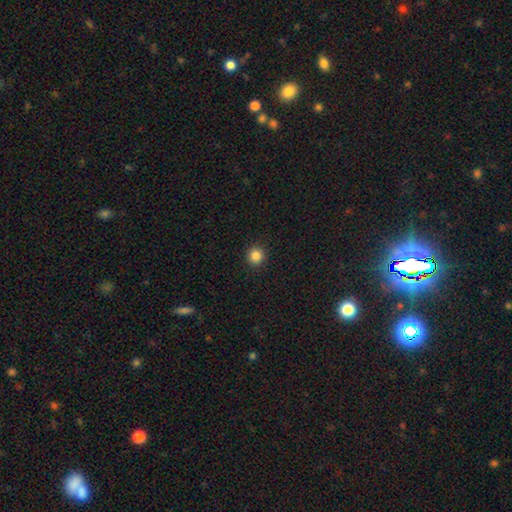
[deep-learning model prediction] Q: Smooth or featured?
A: smooth (85%); runner-up: star or artifact (11%)
Q: How rounded?
A: round (94%); runner-up: in between (5%)
Q: Merging?
A: none (93%); runner-up: minor disturbance (5%)